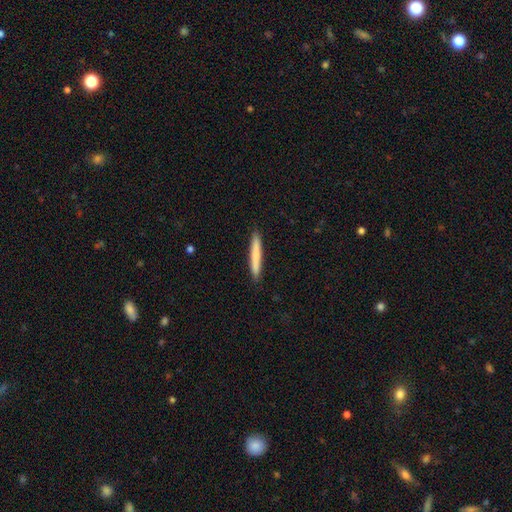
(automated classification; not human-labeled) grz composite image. It shows a smooth galaxy with no disk features (75%) that is cigar-shaped (96%). Merging: none (91%).